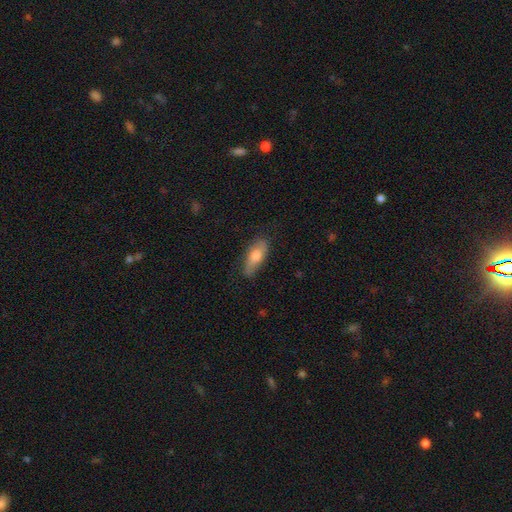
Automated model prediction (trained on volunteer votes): smooth-or-featured: smooth: 70% | featured or disk: 24% | star or artifact: 6%
  how-rounded: in between: 69% | cigar-shaped: 28% | round: 3%
  merging: none: 72% | minor disturbance: 22% | major disturbance: 5% | merger: 1%